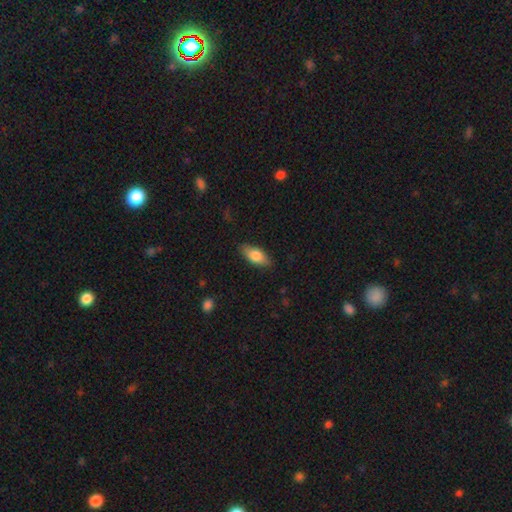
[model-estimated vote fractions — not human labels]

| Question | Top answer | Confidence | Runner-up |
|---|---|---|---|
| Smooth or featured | smooth | 76% | featured or disk (18%) |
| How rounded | in between | 83% | cigar-shaped (14%) |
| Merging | none | 85% | minor disturbance (11%) |